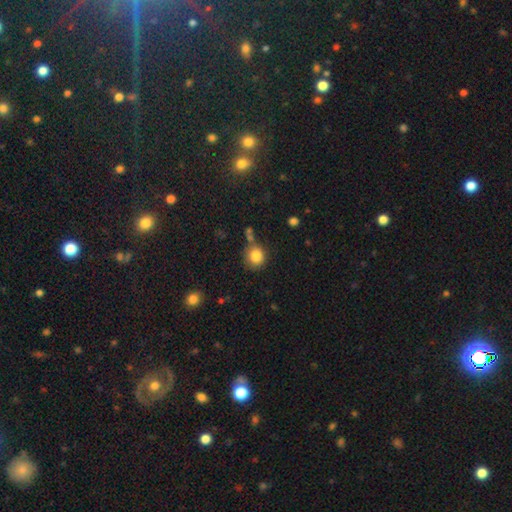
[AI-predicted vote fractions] Smooth or featured?
  - smooth: 84% *
  - star or artifact: 10%
  - featured or disk: 6%
How rounded?
  - round: 88% *
  - in between: 11%
  - cigar-shaped: 1%
Merging?
  - none: 70% *
  - minor disturbance: 15%
  - merger: 10%
  - major disturbance: 5%